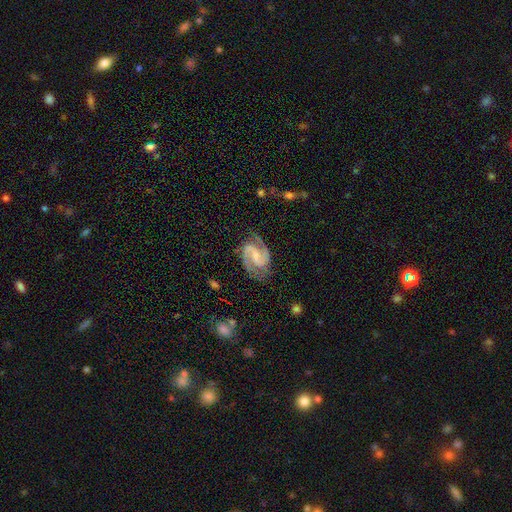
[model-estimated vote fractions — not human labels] A featured or disk galaxy (92%) with a weak bar (48%), 2 (94%) medium (62%) spiral arms (98%) and a small central bulge (52%). Merging: none (79%).